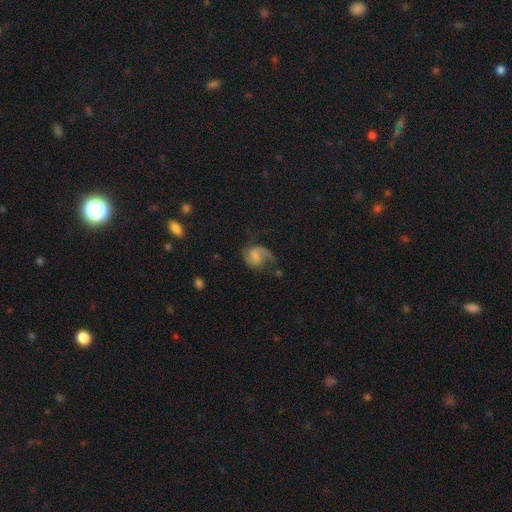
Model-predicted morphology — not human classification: This appears to be a featured or disk galaxy (65%) with a weak bar (44%), 2 (52%) medium (43%) spiral arms (92%) and no central bulge (44%). Merging: none (47%).